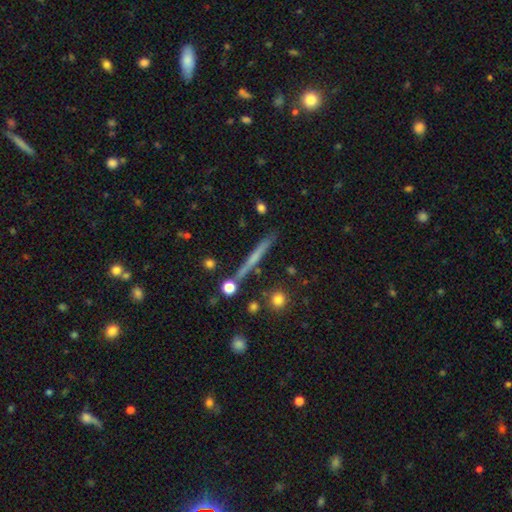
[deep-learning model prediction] A featured or disk galaxy (52%) viewed edge-on (96%). Merging: none (85%).